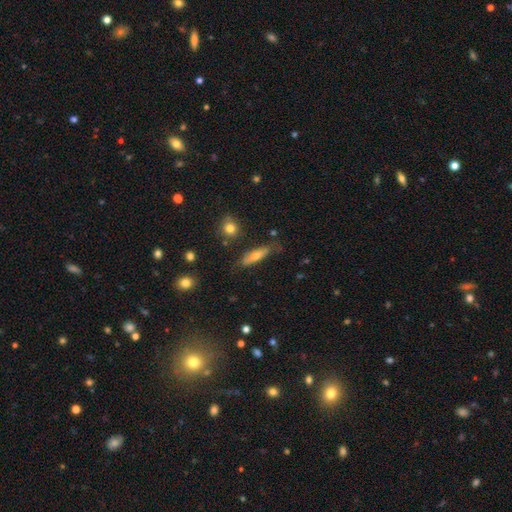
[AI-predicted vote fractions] Smooth or featured?
  - smooth: 54% *
  - featured or disk: 36%
  - star or artifact: 10%
How rounded?
  - cigar-shaped: 73% *
  - in between: 24%
  - round: 3%
Merging?
  - none: 71% *
  - minor disturbance: 21%
  - major disturbance: 6%
  - merger: 3%